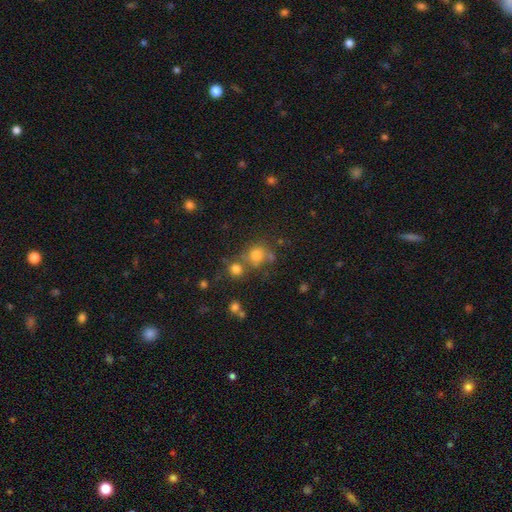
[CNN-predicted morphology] A smooth galaxy with no disk features (72%) that is round (82%). Merging: none (55%).